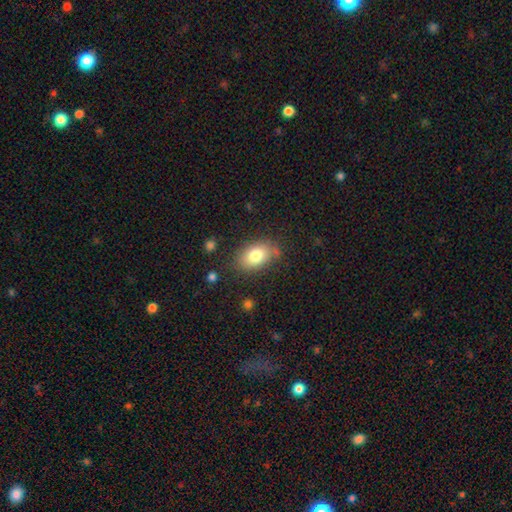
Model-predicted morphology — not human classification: smooth 80%, featured or disk 12%, star or artifact 8%. Down the decision tree: how rounded — in between (88%); merging — none (77%).